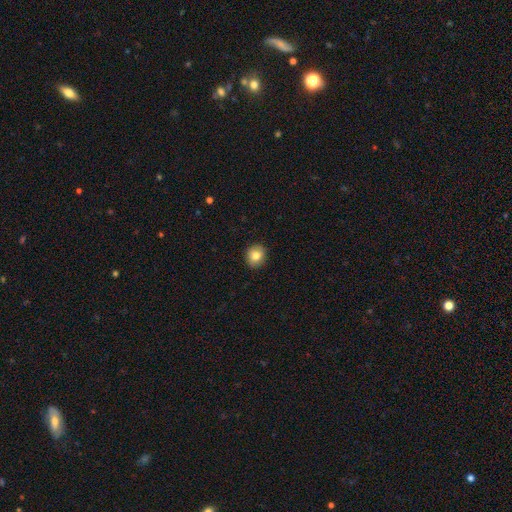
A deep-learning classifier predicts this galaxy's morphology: type=smooth (81%); roundness=round (79%); merging=none (90%).